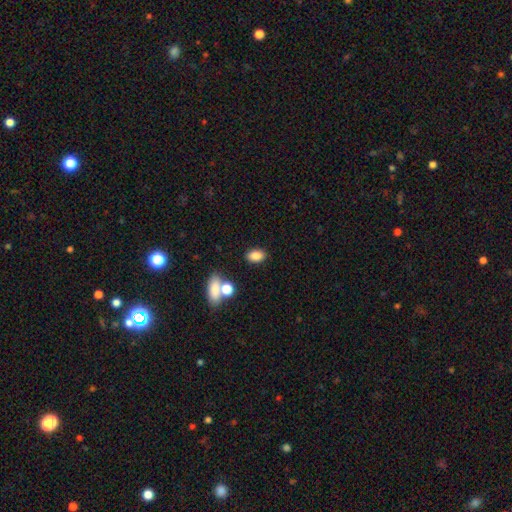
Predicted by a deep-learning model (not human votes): Smooth or featured? Predicted: smooth (p=0.83). How rounded? Predicted: in between (p=0.86). Merging? Predicted: none (p=0.82).